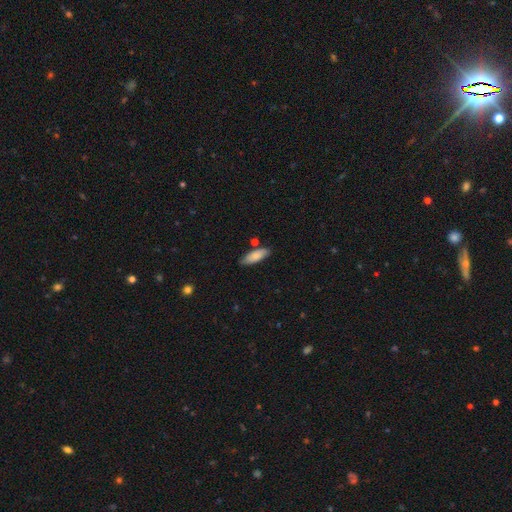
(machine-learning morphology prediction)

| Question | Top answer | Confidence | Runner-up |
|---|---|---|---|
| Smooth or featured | smooth | 83% | featured or disk (11%) |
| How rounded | in between | 64% | cigar-shaped (34%) |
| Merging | none | 78% | minor disturbance (15%) |